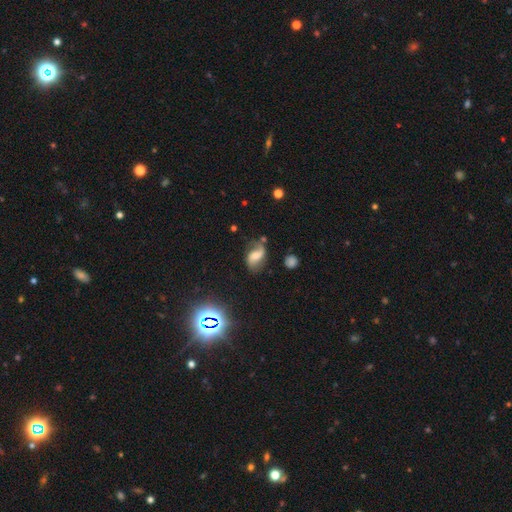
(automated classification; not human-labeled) The model was most divided on "bar": weak: 42%, no: 38%, strong: 20%. Remaining: edge-on disk — no (96%); spiral arms — yes (91%); spiral arm count — 2 (88%); smooth or featured — featured or disk (67%); spiral winding — loose (66%); merging — none (65%); bulge size — moderate (49%).